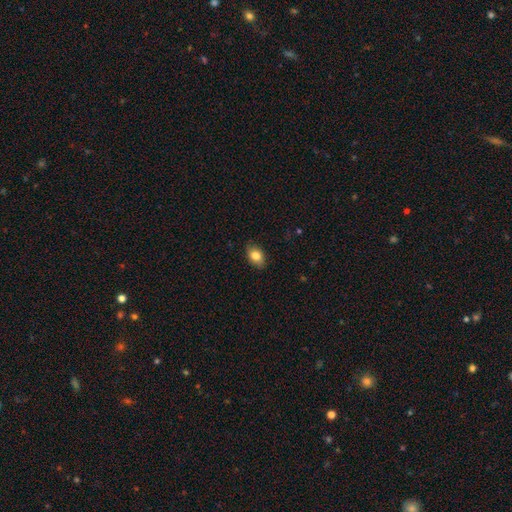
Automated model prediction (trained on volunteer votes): Smooth or featured: smooth — 83% (featured or disk — 9%)
How rounded: in between — 82% (round — 16%)
Merging: none — 86% (minor disturbance — 11%)